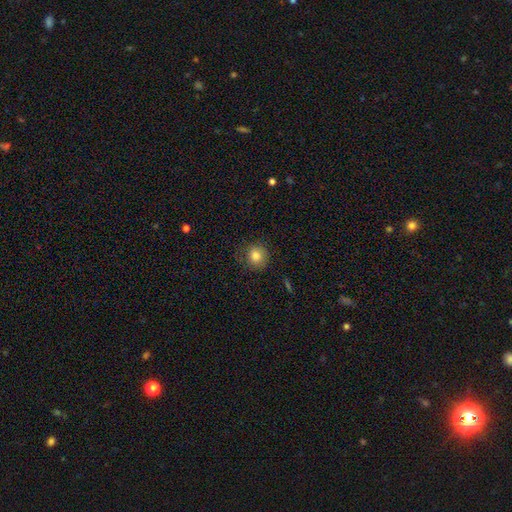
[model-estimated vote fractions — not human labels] Smooth or featured? Predicted: smooth (p=0.82). How rounded? Predicted: round (p=0.88). Merging? Predicted: none (p=0.82).